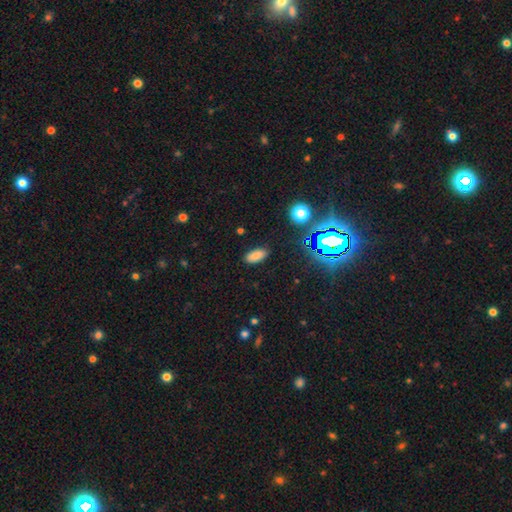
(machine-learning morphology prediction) A smooth galaxy with no disk features (79%) that is in between round and cigar-shaped (89%). Merging: none (88%).